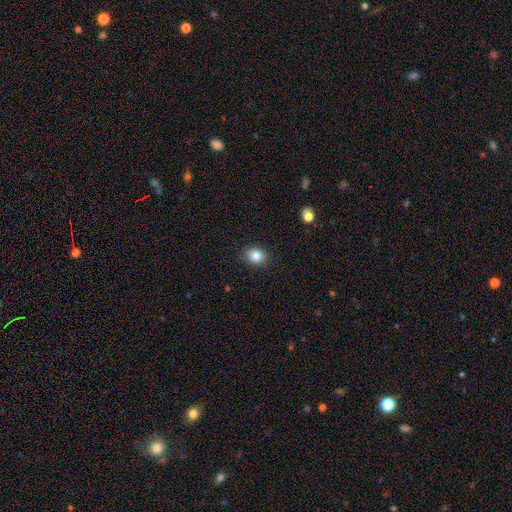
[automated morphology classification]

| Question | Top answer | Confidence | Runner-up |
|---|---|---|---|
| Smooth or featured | smooth | 84% | star or artifact (10%) |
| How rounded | round | 56% | in between (43%) |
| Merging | none | 89% | minor disturbance (8%) |